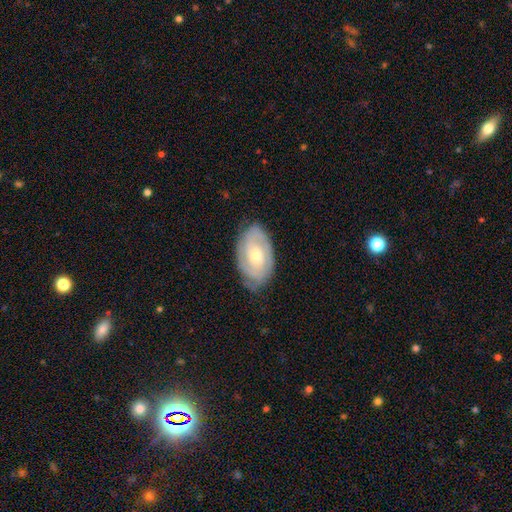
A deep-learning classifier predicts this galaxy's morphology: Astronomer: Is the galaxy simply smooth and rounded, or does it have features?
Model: featured or disk — 69%.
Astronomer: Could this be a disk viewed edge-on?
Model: no — 94%.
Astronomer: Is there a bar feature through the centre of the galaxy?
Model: no — 69%.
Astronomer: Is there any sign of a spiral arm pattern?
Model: yes — 85%.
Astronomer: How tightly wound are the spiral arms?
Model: tight — 66%.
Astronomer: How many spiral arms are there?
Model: can't tell — 39% (runner-up: 2, 38%).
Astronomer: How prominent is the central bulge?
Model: moderate — 54% (runner-up: small, 41%).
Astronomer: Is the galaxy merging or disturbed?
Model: none — 76%.